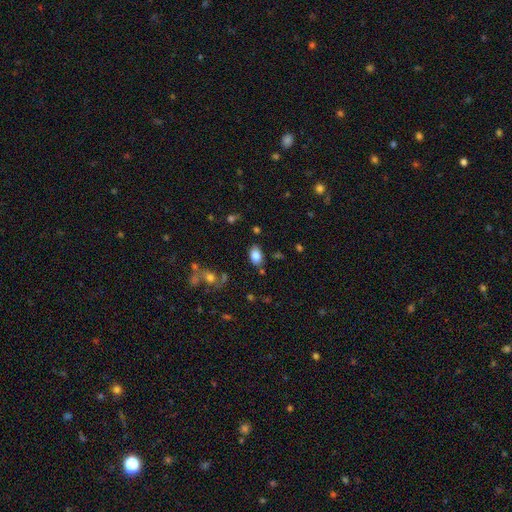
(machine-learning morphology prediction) Smooth or featured: smooth — 84% (star or artifact — 9%)
How rounded: in between — 88% (round — 10%)
Merging: none — 81% (minor disturbance — 12%)